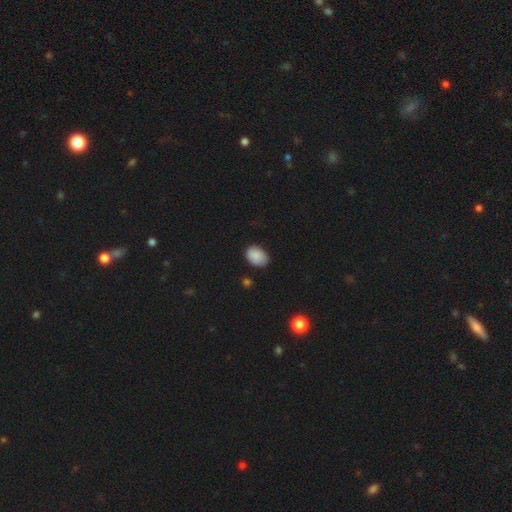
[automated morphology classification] A smooth galaxy with no disk features (88%) that is in between round and cigar-shaped (77%). Merging: none (78%).